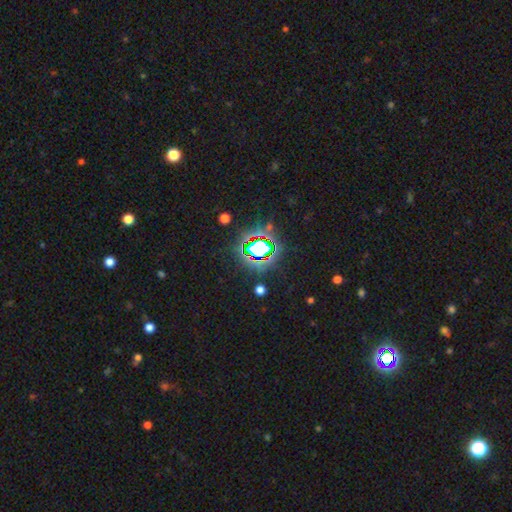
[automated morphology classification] Smooth or featured?
  - star or artifact: 76% *
  - smooth: 15%
  - featured or disk: 9%